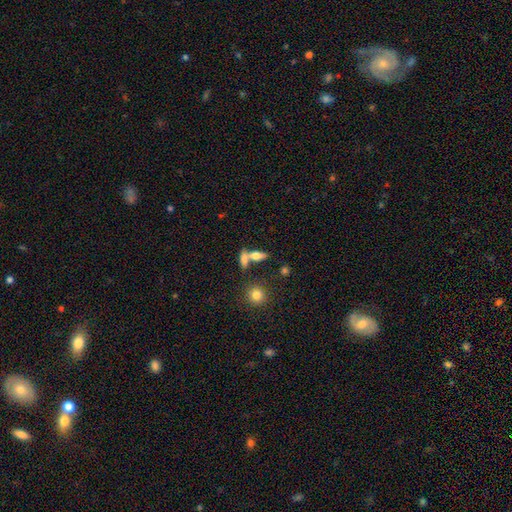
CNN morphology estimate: Smooth or featured? smooth (63%)
How rounded? in between (58%)
Merging? none (47%)